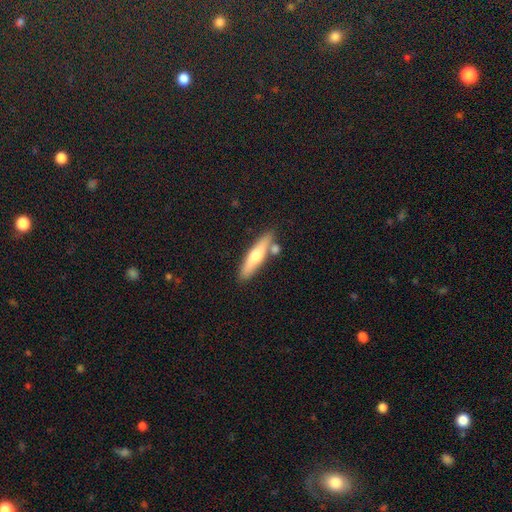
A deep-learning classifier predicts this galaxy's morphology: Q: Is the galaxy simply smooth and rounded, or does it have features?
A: smooth — 53%.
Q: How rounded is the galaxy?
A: cigar-shaped — 81%.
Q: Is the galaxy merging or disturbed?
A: none — 74%.